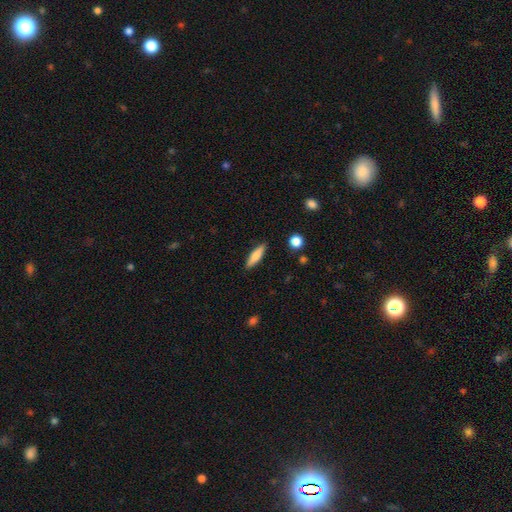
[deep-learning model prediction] A smooth galaxy with no disk features (76%) that is cigar-shaped (67%).

Vote fractions:
- Smooth or featured? smooth: 76% / featured or disk: 18% / star or artifact: 7%
- How rounded? cigar-shaped: 67% / in between: 31% / round: 2%
- Merging? none: 87% / minor disturbance: 9% / major disturbance: 2% / merger: 2%